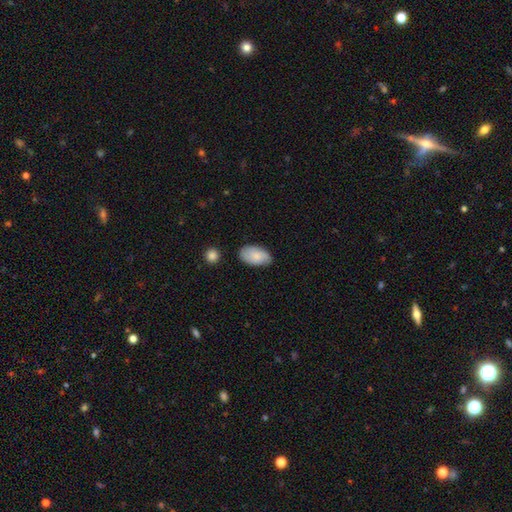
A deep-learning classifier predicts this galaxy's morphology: Smooth or featured? Predicted: smooth (p=0.80). How rounded? Predicted: in between (p=0.94). Merging? Predicted: none (p=0.77).